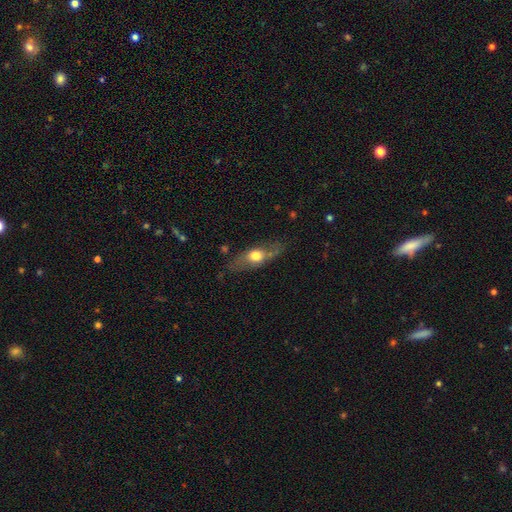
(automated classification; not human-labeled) This appears to be a smooth galaxy with no disk features (53%) that is in between round and cigar-shaped (57%). Merging: none (68%).